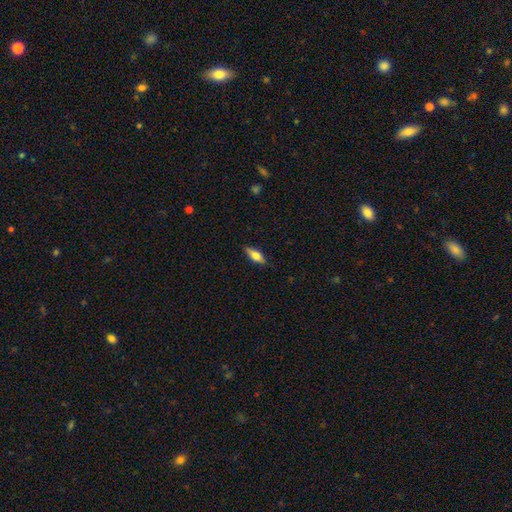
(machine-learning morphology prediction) A smooth galaxy with no disk features (61%) that is in between round and cigar-shaped (62%).

Vote fractions:
- Smooth or featured? smooth: 61% / featured or disk: 32% / star or artifact: 7%
- How rounded? in between: 62% / cigar-shaped: 35% / round: 3%
- Merging? none: 86% / minor disturbance: 10% / major disturbance: 2% / merger: 1%